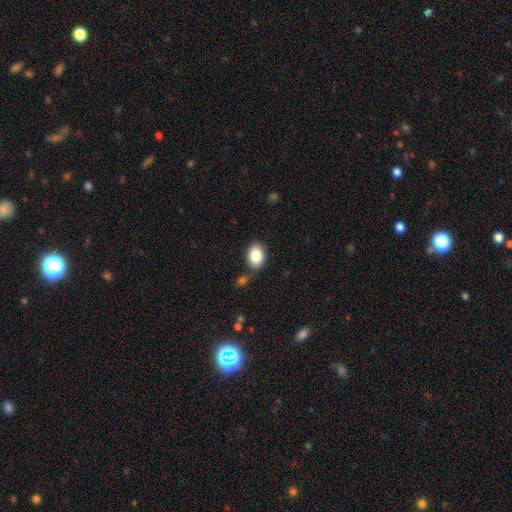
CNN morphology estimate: This is clearly a smooth galaxy (86%). How rounded: clearly in between (84%). Merging: likely none (74%).